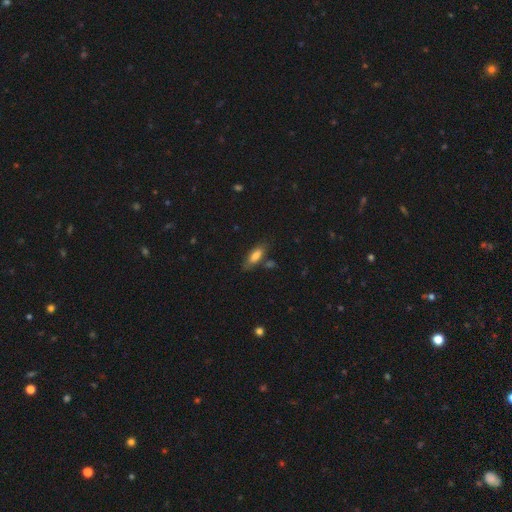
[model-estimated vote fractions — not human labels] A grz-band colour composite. It shows a smooth galaxy with no disk features (75%) that is in between round and cigar-shaped (73%). Merging: none (73%).